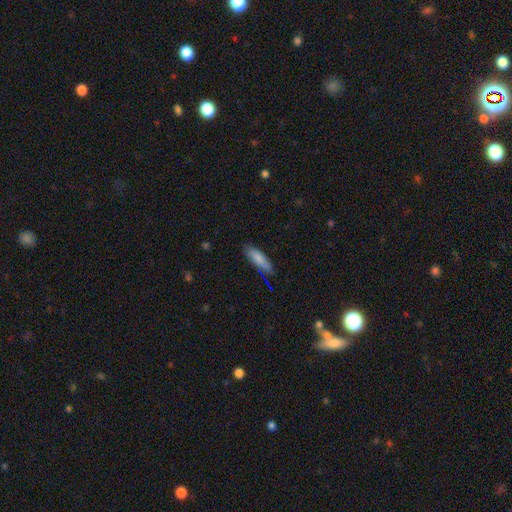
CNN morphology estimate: Smooth or featured? smooth (81%)
How rounded? cigar-shaped (61%)
Merging? none (83%)